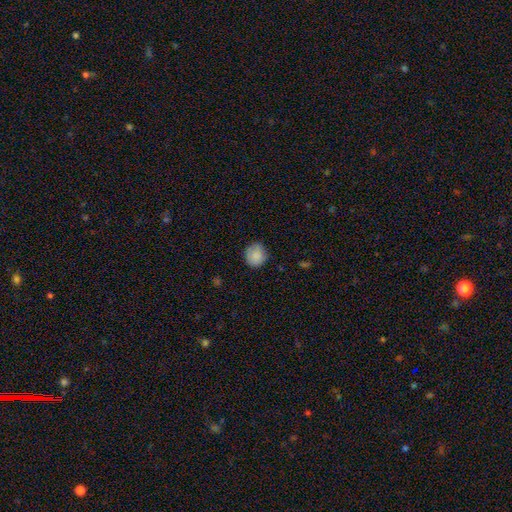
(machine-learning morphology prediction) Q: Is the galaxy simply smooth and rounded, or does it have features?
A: smooth — 86%.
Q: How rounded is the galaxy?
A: round — 83%.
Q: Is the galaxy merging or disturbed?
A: none — 78%.